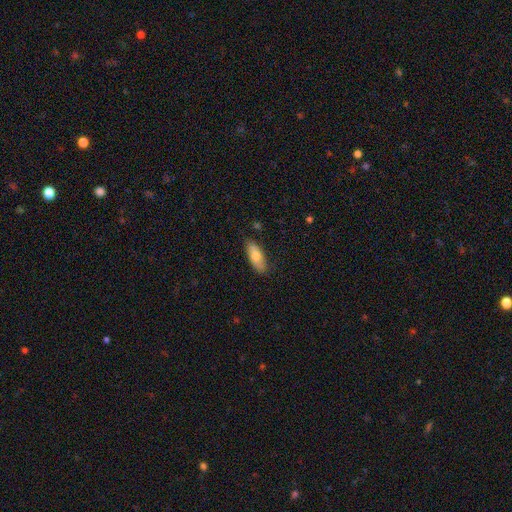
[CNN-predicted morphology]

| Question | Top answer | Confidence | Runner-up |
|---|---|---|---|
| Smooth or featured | smooth | 76% | featured or disk (18%) |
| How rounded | in between | 71% | cigar-shaped (27%) |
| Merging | none | 82% | minor disturbance (14%) |